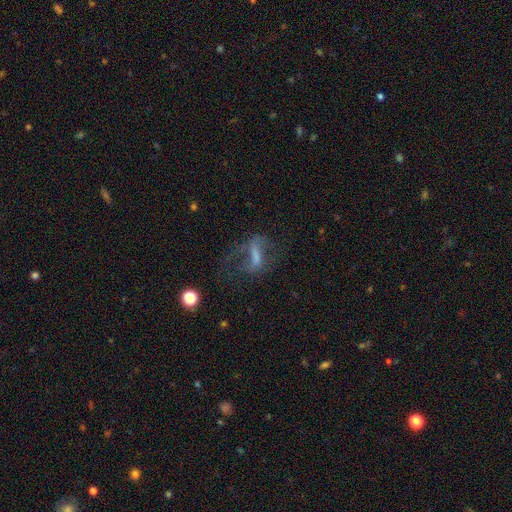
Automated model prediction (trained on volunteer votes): Q: Smooth or featured?
A: featured or disk (55%); runner-up: smooth (28%)
Q: Edge-on disk?
A: no (86%); runner-up: yes (14%)
Q: Merging?
A: none (44%); runner-up: major disturbance (35%)